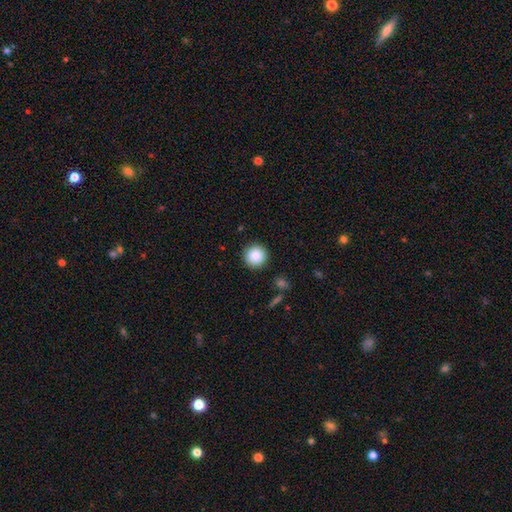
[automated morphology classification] Smooth or featured? smooth (86%)
How rounded? round (96%)
Merging? none (91%)